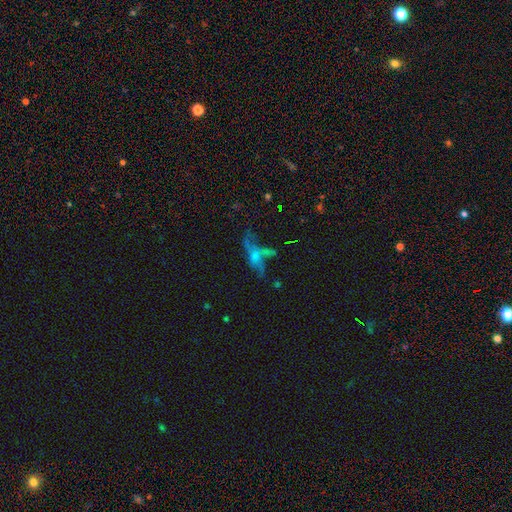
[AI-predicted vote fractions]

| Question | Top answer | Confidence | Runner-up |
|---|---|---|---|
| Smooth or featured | featured or disk | 53% | smooth (27%) |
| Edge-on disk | no | 80% | yes (20%) |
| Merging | major disturbance | 34% | none (33%) |